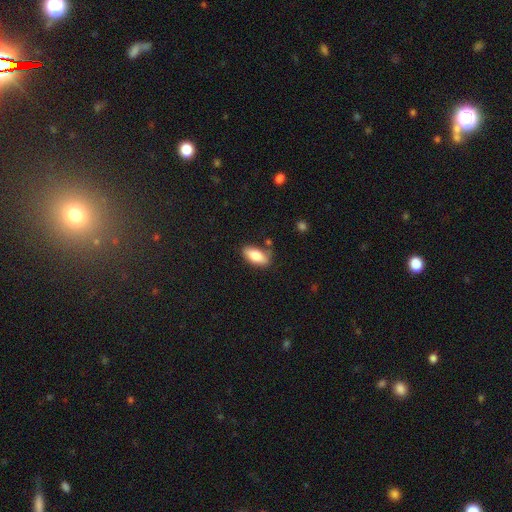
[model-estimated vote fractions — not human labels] The model was most divided on "merging": none: 74%, minor disturbance: 17%, merger: 5%, major disturbance: 4%. More confident: how rounded — in between (87%); smooth or featured — smooth (83%).